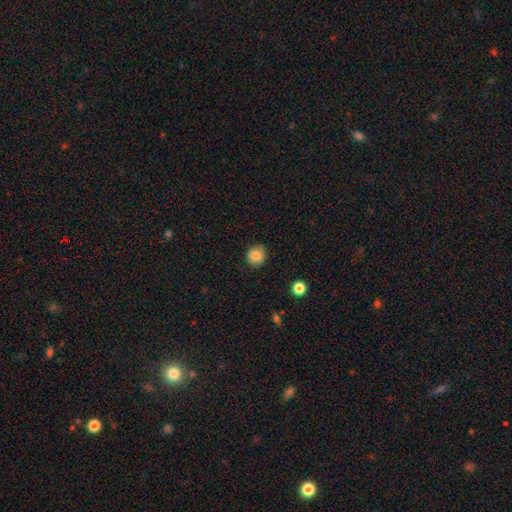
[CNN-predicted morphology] This is clearly a smooth galaxy (85%). How rounded: clearly round (88%). Merging: clearly none (88%).